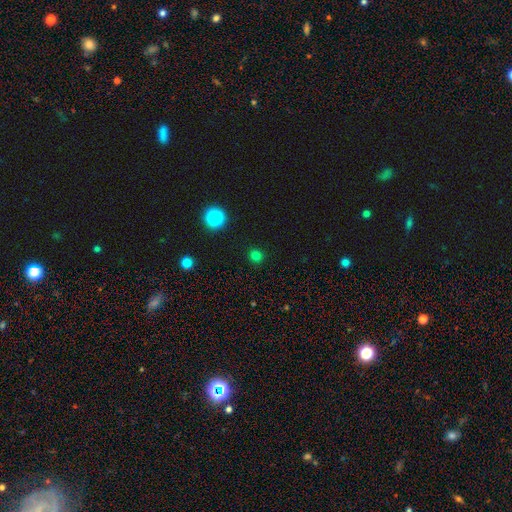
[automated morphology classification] Smooth or featured? Predicted: smooth (p=0.77). How rounded? Predicted: round (p=0.92). Merging? Predicted: none (p=0.91).